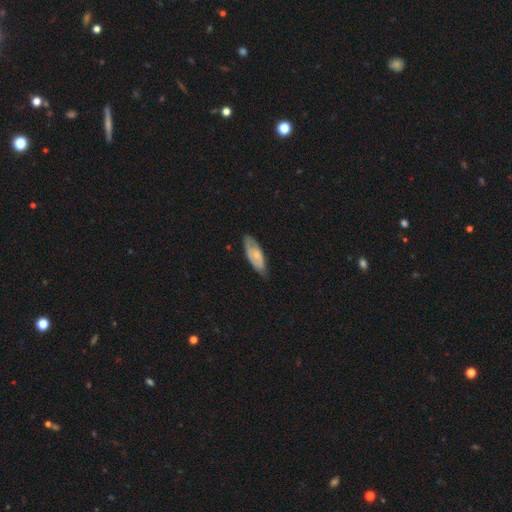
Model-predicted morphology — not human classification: Smooth or featured? smooth (51%)
How rounded? in between (74%)
Merging? none (66%)